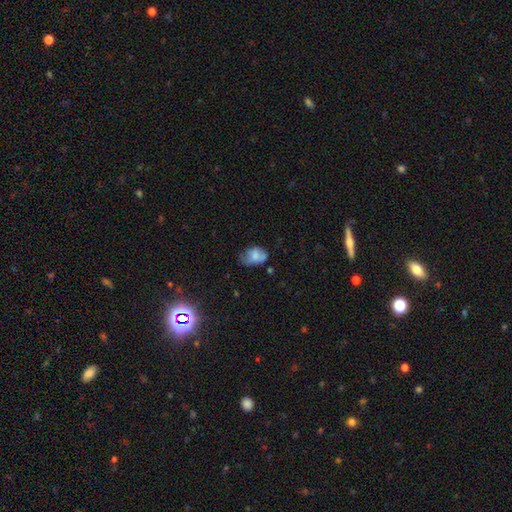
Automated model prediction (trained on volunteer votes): Smooth or featured? Predicted: smooth (p=0.69). How rounded? Predicted: in between (p=0.80). Merging? Predicted: none (p=0.41).